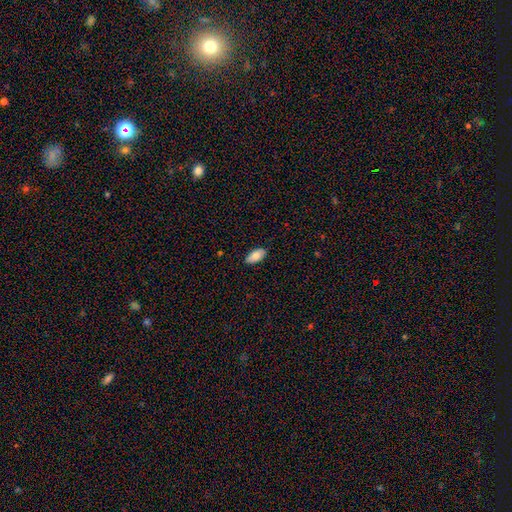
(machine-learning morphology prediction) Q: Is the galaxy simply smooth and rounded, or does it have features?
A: smooth — 80%.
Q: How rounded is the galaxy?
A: in between — 94%.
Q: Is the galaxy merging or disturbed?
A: none — 87%.